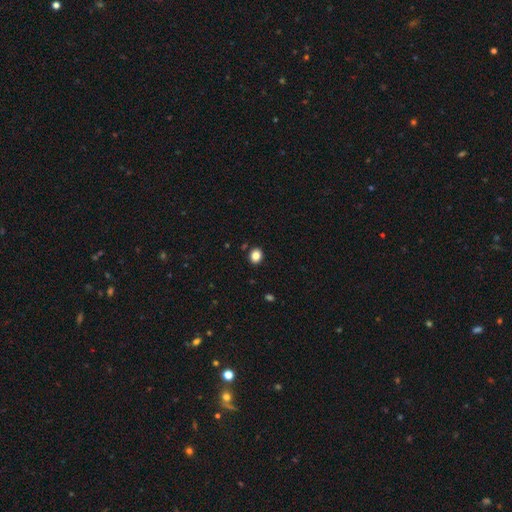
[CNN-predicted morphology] A smooth galaxy with no disk features (85%) that is round (56%). Merging: none (89%).